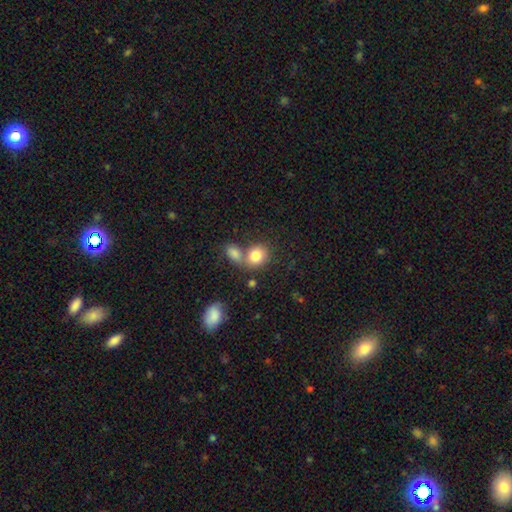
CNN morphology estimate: This appears to be a smooth galaxy with no disk features (82%) that is round (61%). Merging: none (44%).